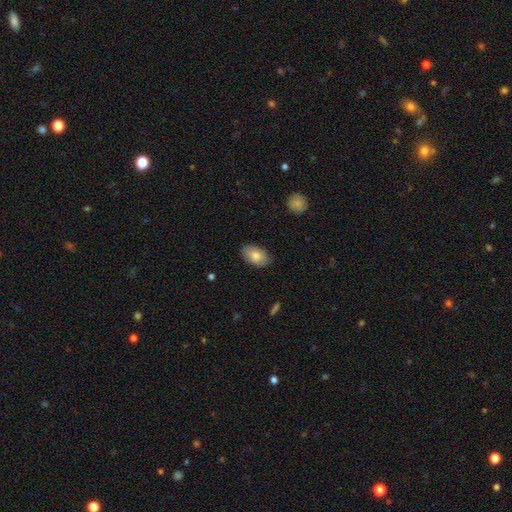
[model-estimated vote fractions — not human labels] smooth-or-featured: smooth: 81% | featured or disk: 13% | star or artifact: 6%
  how-rounded: in between: 93% | round: 6% | cigar-shaped: 1%
  merging: none: 84% | minor disturbance: 13% | major disturbance: 2% | merger: 1%